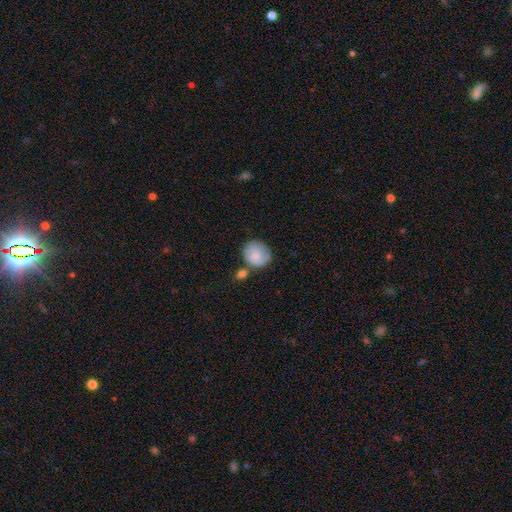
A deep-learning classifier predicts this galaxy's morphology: Smooth or featured: smooth — 74% (featured or disk — 19%)
How rounded: round — 79% (in between — 20%)
Merging: none — 54% (minor disturbance — 21%)